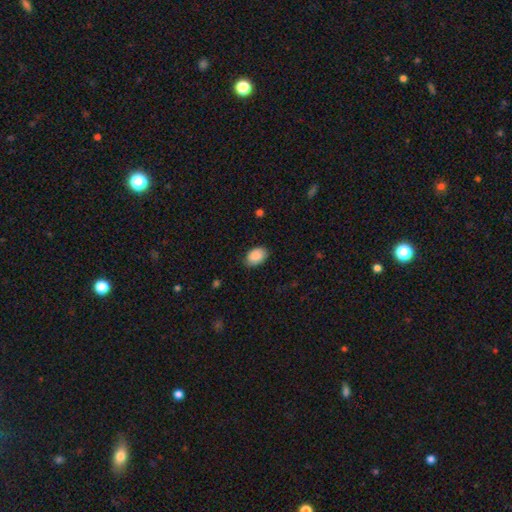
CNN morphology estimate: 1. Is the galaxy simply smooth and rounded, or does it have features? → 90% smooth, 6% star or artifact, 4% featured or disk.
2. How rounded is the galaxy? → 87% in between, 12% round, 1% cigar-shaped.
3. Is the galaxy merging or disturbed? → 83% none, 13% minor disturbance, 3% major disturbance, 1% merger.